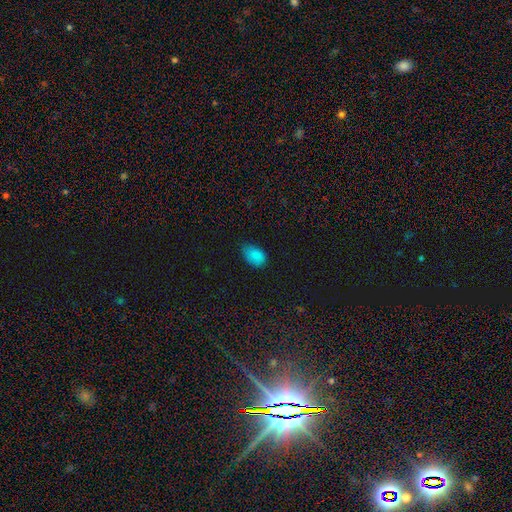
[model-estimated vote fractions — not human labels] This appears to be a smooth galaxy with no disk features (85%) that is in between round and cigar-shaped (89%). Merging: none (56%).